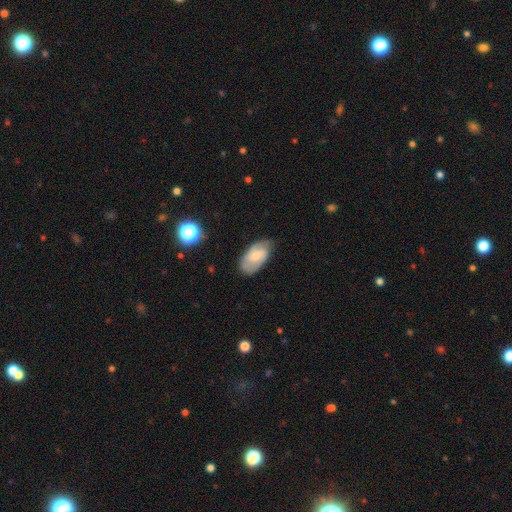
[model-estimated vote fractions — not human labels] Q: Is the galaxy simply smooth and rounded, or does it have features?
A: featured or disk — 61%.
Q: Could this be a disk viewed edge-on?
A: no — 95%.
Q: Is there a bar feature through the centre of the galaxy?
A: no — 49%.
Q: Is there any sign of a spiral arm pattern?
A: yes — 90%.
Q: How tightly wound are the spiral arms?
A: medium — 45%.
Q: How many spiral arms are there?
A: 2 — 69%.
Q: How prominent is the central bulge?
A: small — 58%.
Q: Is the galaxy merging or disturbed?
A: none — 72%.